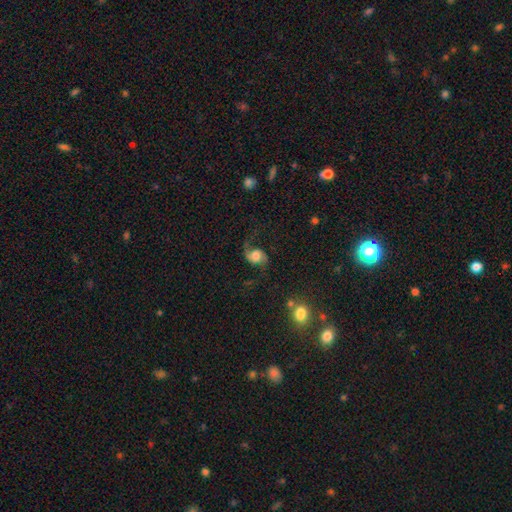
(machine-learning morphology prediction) smooth-or-featured: featured or disk: 67% | smooth: 24% | star or artifact: 9%
  disk-edge-on: no: 97% | yes: 3%
    bar: no: 64% | weak: 28% | strong: 7%
    has-spiral-arms: yes: 93% | no: 7%
      spiral-winding: loose: 71% | medium: 24% | tight: 5%
      spiral-arm-count: 2: 85% | 1: 10% | can't tell: 2% | 3: 1% | 4: 1% | more than 4: 1%
    bulge-size: moderate: 46% | large: 33% | small: 11% | dominant: 7% | none: 3%
  merging: none: 59% | major disturbance: 20% | minor disturbance: 18% | merger: 3%